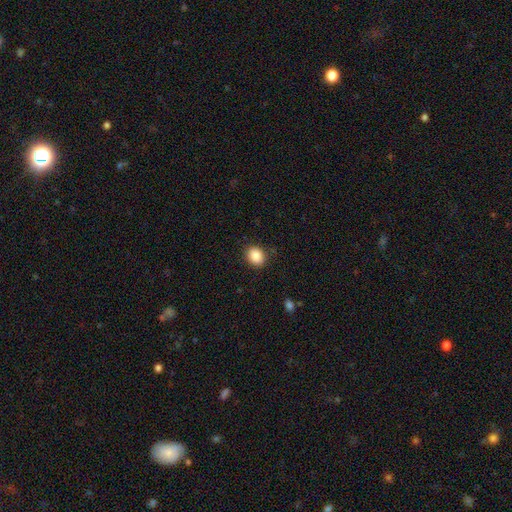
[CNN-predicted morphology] The model was most divided on "how rounded": round: 57%, in between: 43%, cigar-shaped: 1%. More confident: smooth or featured — smooth (88%); merging — none (87%).